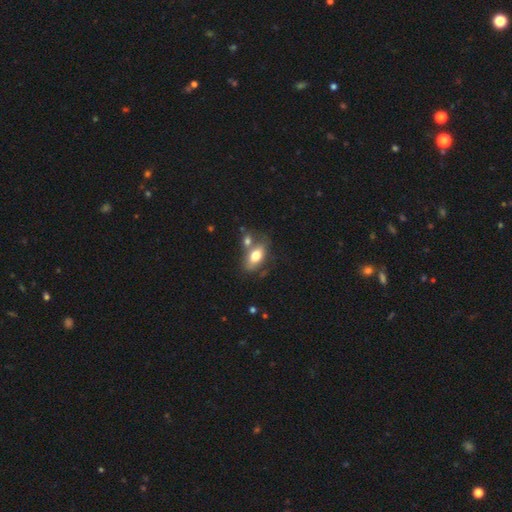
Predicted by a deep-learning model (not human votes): The model was most divided on "merging": none: 51%, merger: 28%, minor disturbance: 15%, major disturbance: 6%. More confident: how rounded — in between (87%); smooth or featured — smooth (72%).